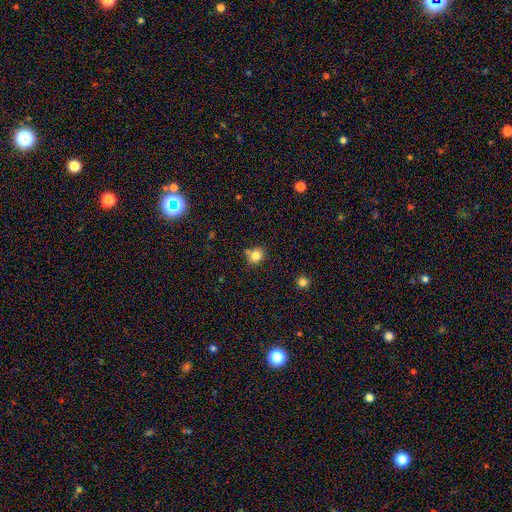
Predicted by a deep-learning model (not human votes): Smooth or featured?
  - smooth: 82% *
  - star or artifact: 12%
  - featured or disk: 6%
How rounded?
  - round: 80% *
  - in between: 19%
  - cigar-shaped: 1%
Merging?
  - none: 72% *
  - minor disturbance: 14%
  - merger: 11%
  - major disturbance: 3%